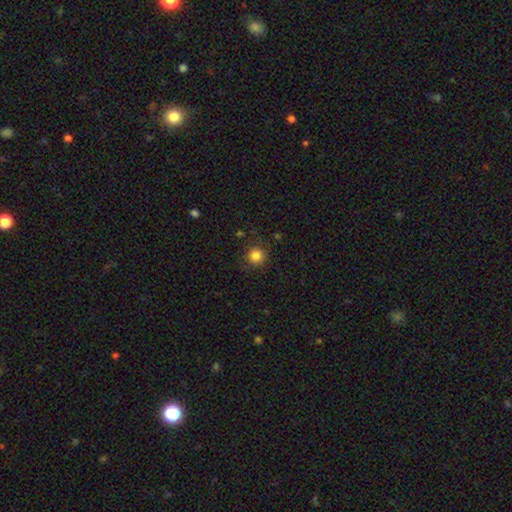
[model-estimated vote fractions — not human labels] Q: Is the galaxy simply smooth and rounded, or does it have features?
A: smooth — 84%.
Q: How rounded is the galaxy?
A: round — 94%.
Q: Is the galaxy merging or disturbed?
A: none — 88%.